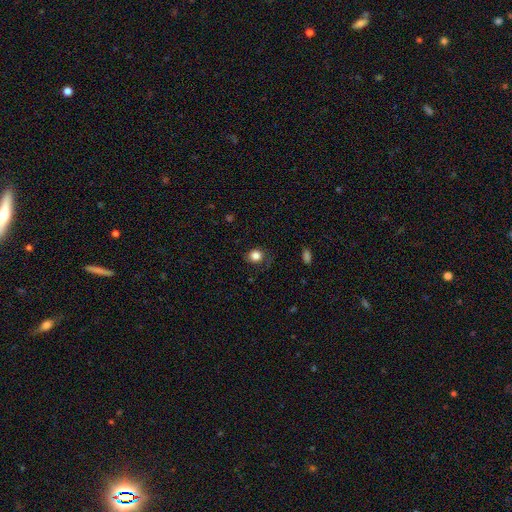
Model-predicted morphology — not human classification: smooth_or_featured: smooth (p=0.83) [alt: star or artifact p=0.11]
how_rounded: round (p=0.79) [alt: in between p=0.20]
merging: none (p=0.73) [alt: minor disturbance p=0.18]